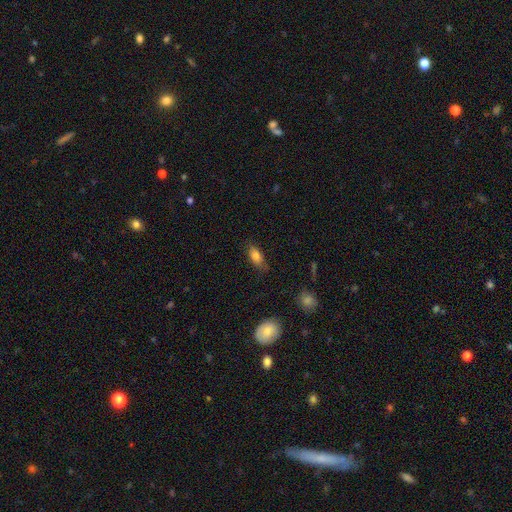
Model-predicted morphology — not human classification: Overall: smooth (80%). How rounded: in between (83%). Merging: none (74%).